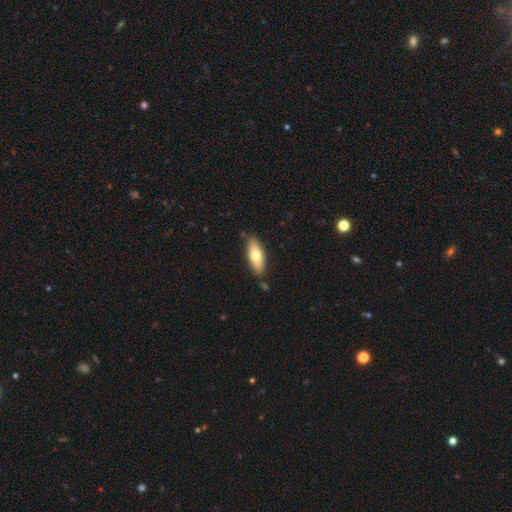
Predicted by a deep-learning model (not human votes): smooth 68%, featured or disk 26%, star or artifact 6%. Down the decision tree: how rounded — in between (68%); merging — none (83%).